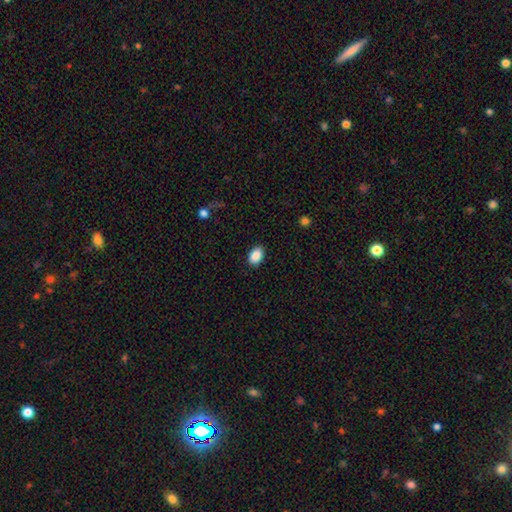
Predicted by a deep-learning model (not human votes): This appears to be a smooth galaxy with no disk features (89%) that is in between round and cigar-shaped (85%). Merging: none (89%).